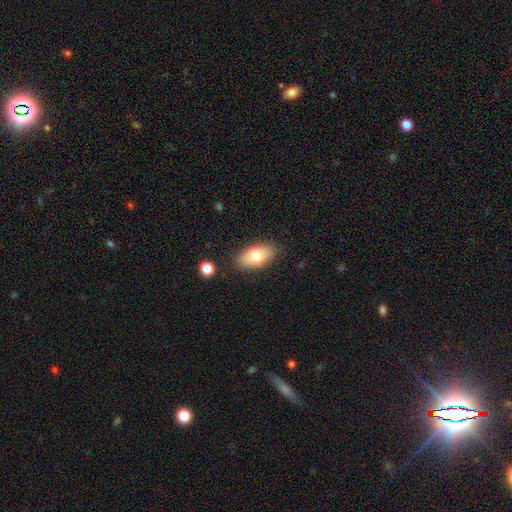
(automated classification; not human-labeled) Smooth or featured?
  - smooth: 75% *
  - featured or disk: 18%
  - star or artifact: 7%
How rounded?
  - in between: 91% *
  - round: 5%
  - cigar-shaped: 4%
Merging?
  - none: 84% *
  - minor disturbance: 11%
  - major disturbance: 3%
  - merger: 2%